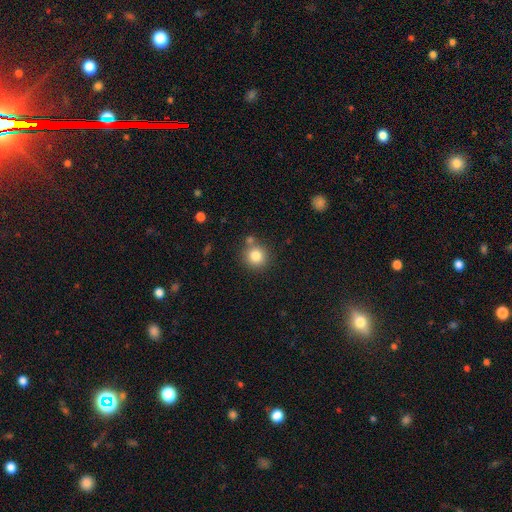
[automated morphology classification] Smooth or featured: smooth — 81% (star or artifact — 11%)
How rounded: round — 92% (in between — 7%)
Merging: none — 75% (merger — 12%)